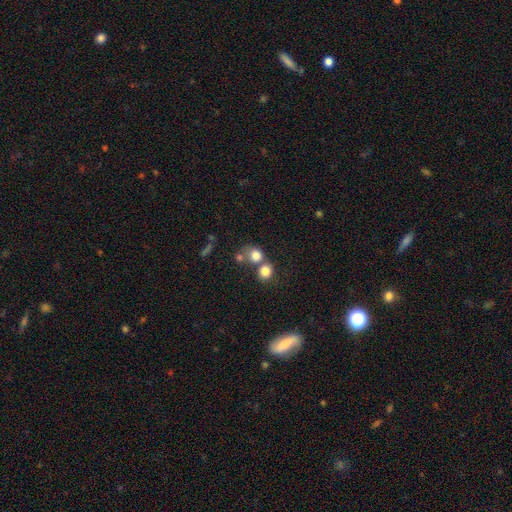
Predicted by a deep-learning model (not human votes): smooth 78%, star or artifact 12%, featured or disk 10%. Down the decision tree: how rounded — round (73%); merging — merger (43%).